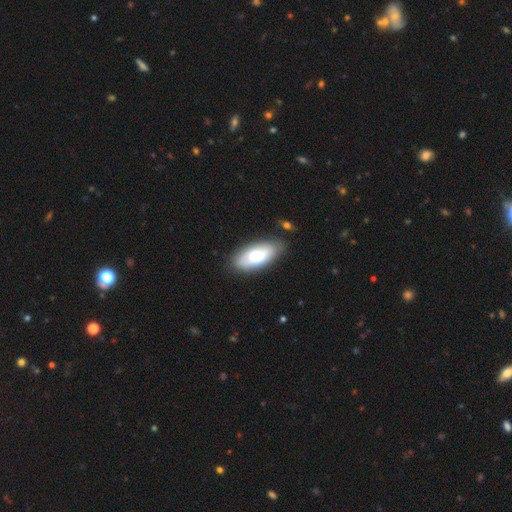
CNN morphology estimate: smooth-or-featured: smooth: 64% | featured or disk: 30% | star or artifact: 6%
  how-rounded: in between: 88% | cigar-shaped: 9% | round: 3%
  merging: none: 81% | minor disturbance: 13% | major disturbance: 3% | merger: 2%